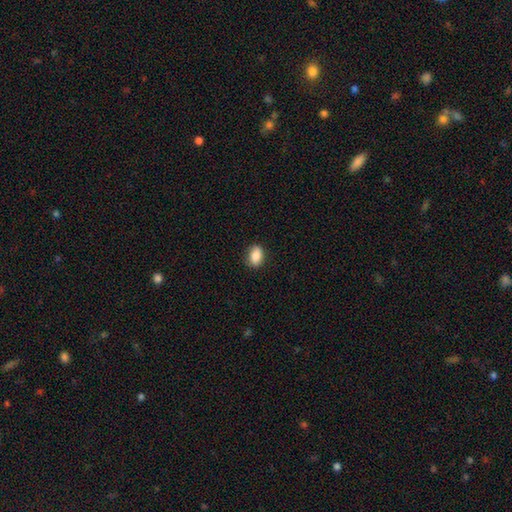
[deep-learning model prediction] Smooth or featured? smooth (87%)
How rounded? in between (82%)
Merging? none (85%)